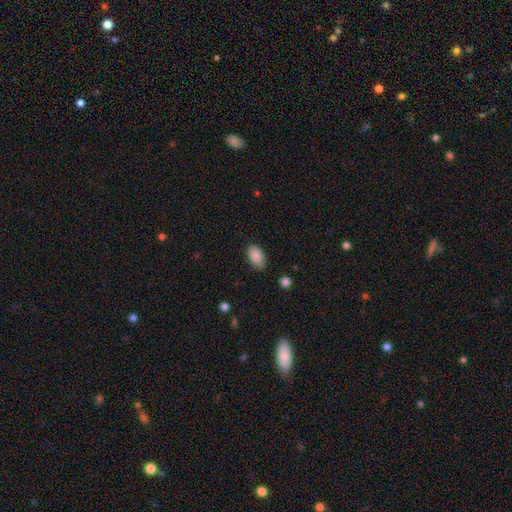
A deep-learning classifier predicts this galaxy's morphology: Smooth or featured? smooth (89%)
How rounded? in between (92%)
Merging? none (74%)